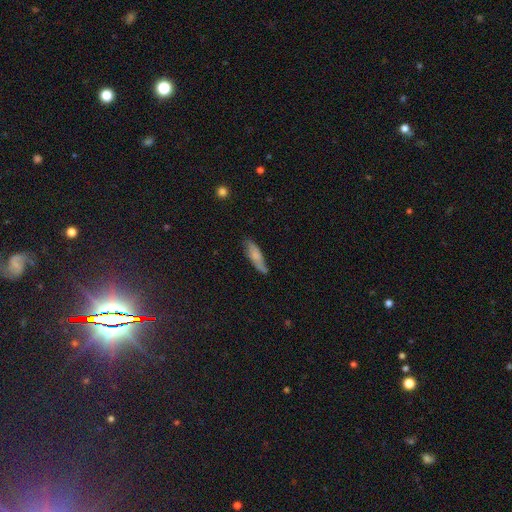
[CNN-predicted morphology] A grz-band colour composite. It shows a smooth galaxy with no disk features (65%) that is cigar-shaped (58%). Merging: none (70%).